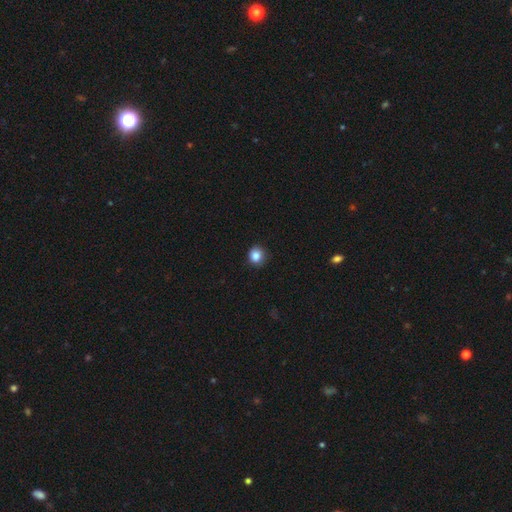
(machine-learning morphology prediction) Smooth or featured? Predicted: smooth (p=0.85). How rounded? Predicted: round (p=0.88). Merging? Predicted: none (p=0.89).